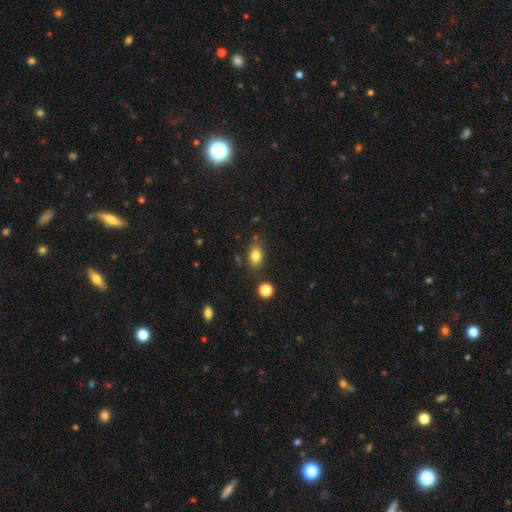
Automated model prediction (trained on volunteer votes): Morphology: type=smooth (82%); roundness=in between (80%); merging=none (78%).